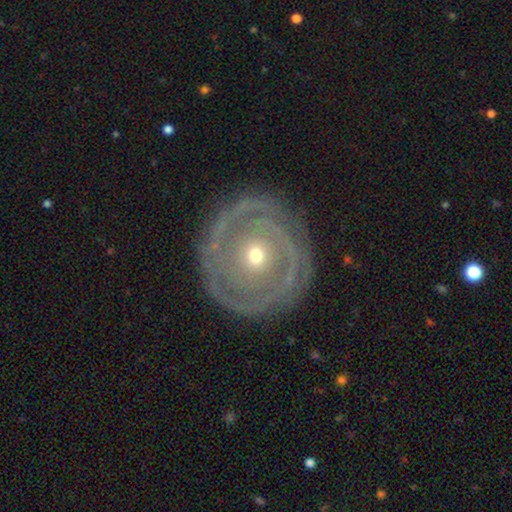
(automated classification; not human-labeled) smooth_or_featured: featured or disk (p=0.78) [alt: smooth p=0.16]
disk_edge_on: no (p=0.96) [alt: yes p=0.04]
bar: no (p=0.79) [alt: weak p=0.14]
has_spiral_arms: yes (p=0.71) [alt: no p=0.29]
spiral_winding: tight (p=0.75) [alt: medium p=0.18]
spiral_arm_count: can't tell (p=0.36) [alt: 2 p=0.31]
bulge_size: small (p=0.57) [alt: moderate p=0.39]
merging: none (p=0.78) [alt: minor disturbance p=0.14]